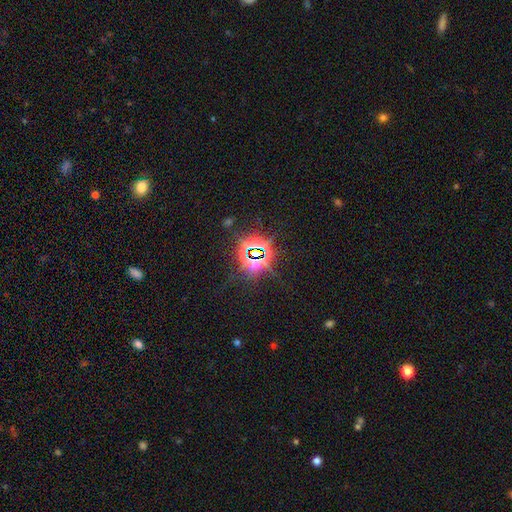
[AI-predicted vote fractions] The model was most divided on "smooth or featured": star or artifact: 83%, smooth: 9%, featured or disk: 8%.